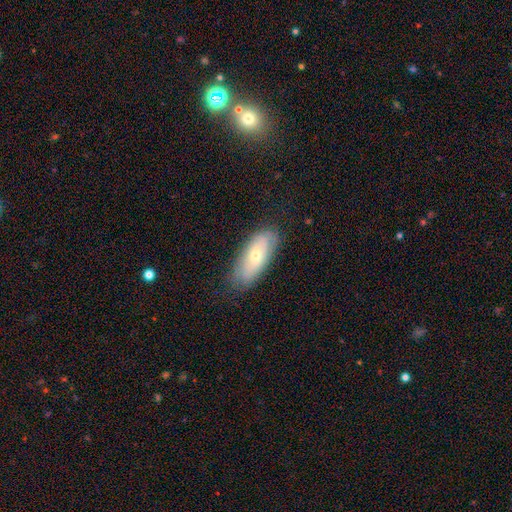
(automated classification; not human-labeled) Morphology: type=smooth (54%); roundness=in between (79%); merging=none (77%).